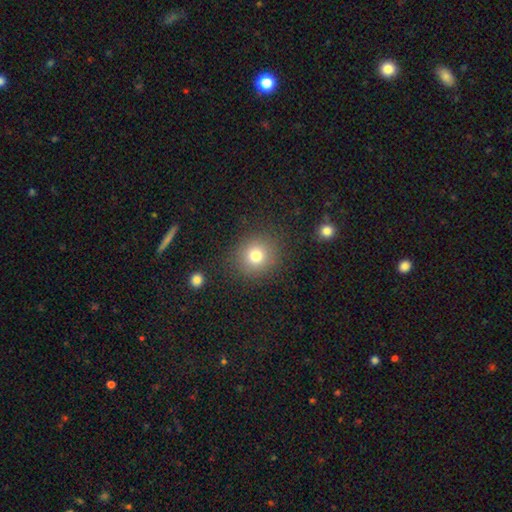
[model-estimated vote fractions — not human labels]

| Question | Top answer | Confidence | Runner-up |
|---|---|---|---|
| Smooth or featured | smooth | 77% | star or artifact (14%) |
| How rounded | round | 86% | in between (13%) |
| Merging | none | 86% | minor disturbance (8%) |